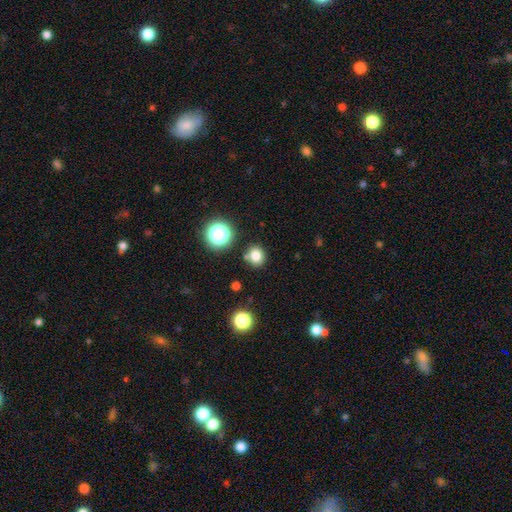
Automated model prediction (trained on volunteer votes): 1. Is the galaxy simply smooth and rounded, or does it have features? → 78% smooth, 15% star or artifact, 7% featured or disk.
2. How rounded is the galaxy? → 76% round, 24% in between, 1% cigar-shaped.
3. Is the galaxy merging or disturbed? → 79% none, 10% minor disturbance, 8% merger, 3% major disturbance.